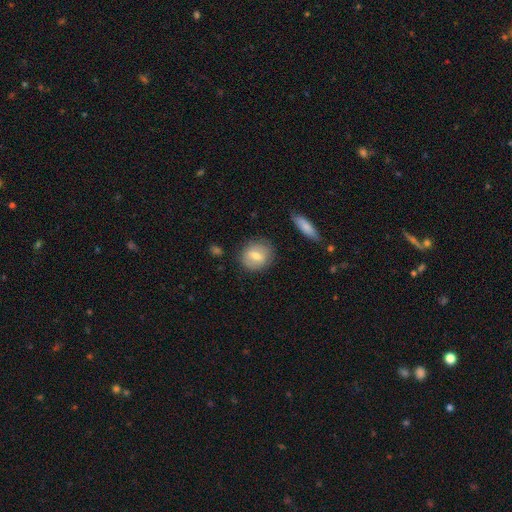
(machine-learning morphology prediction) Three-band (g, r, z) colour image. It shows a smooth galaxy with no disk features (68%) that is round (76%). Merging: none (81%).